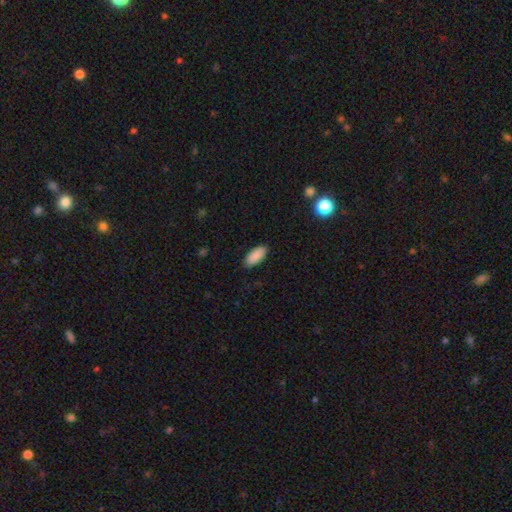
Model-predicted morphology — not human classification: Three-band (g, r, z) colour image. It shows a smooth galaxy with no disk features (90%) that is in between round and cigar-shaped (88%). Merging: none (89%).